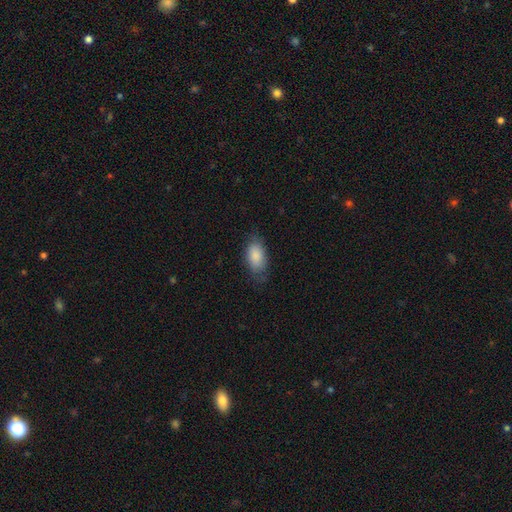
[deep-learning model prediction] smooth 85%, featured or disk 8%, star or artifact 6%. Down the decision tree: how rounded — in between (92%); merging — none (71%).